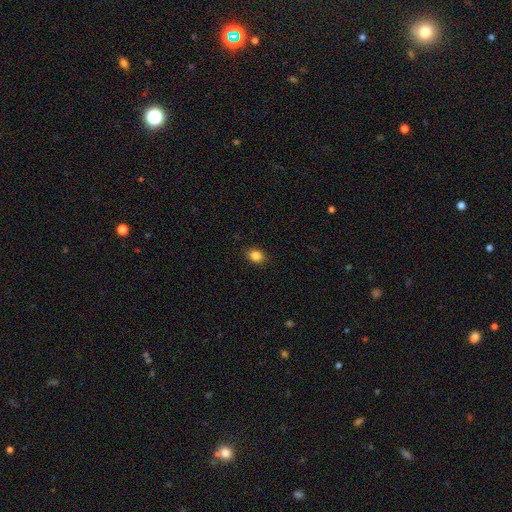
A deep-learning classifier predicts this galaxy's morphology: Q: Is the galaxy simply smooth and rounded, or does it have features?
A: smooth — 85%.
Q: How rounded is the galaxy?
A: in between — 52%.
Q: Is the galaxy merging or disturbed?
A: none — 89%.